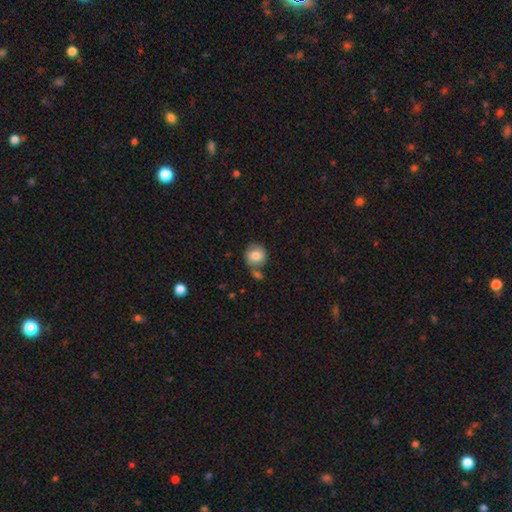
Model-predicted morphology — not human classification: A smooth galaxy with no disk features (79%) that is round (85%). Merging: none (60%).